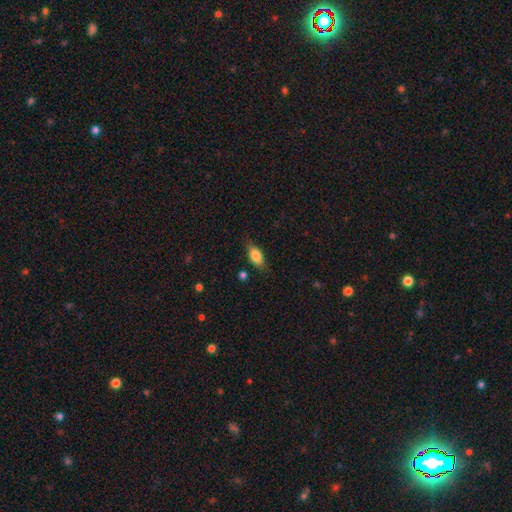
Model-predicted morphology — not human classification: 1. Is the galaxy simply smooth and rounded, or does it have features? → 81% smooth, 12% featured or disk, 7% star or artifact.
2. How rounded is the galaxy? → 85% in between, 9% cigar-shaped, 6% round.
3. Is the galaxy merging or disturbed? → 77% none, 17% minor disturbance, 4% major disturbance, 2% merger.